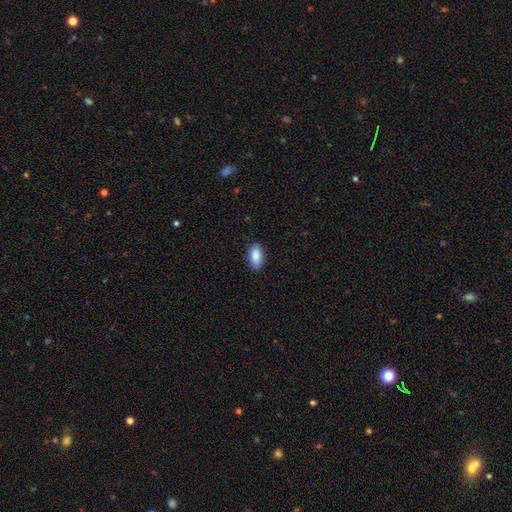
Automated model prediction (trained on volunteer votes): Smooth or featured?
  - smooth: 89% *
  - star or artifact: 6%
  - featured or disk: 5%
How rounded?
  - in between: 93% *
  - round: 4%
  - cigar-shaped: 2%
Merging?
  - none: 87% *
  - minor disturbance: 10%
  - major disturbance: 2%
  - merger: 1%